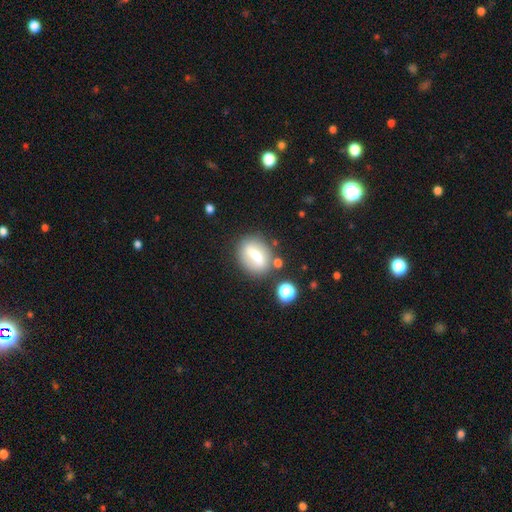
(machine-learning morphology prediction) Smooth or featured? smooth (56%)
How rounded? in between (59%)
Merging? none (68%)